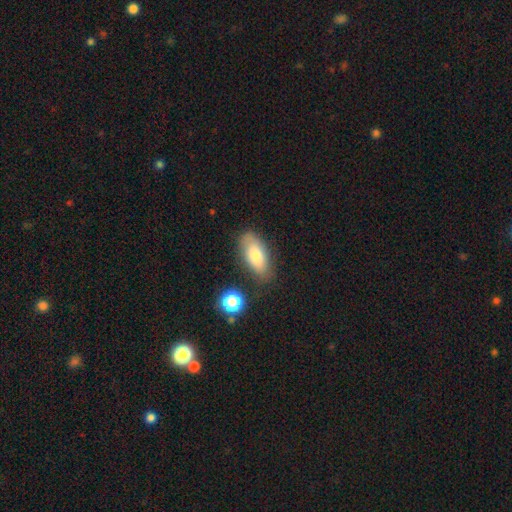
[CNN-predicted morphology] The model was most divided on "merging": none: 77%, minor disturbance: 15%, merger: 4%, major disturbance: 4%. More confident: how rounded — in between (87%); smooth or featured — smooth (78%).